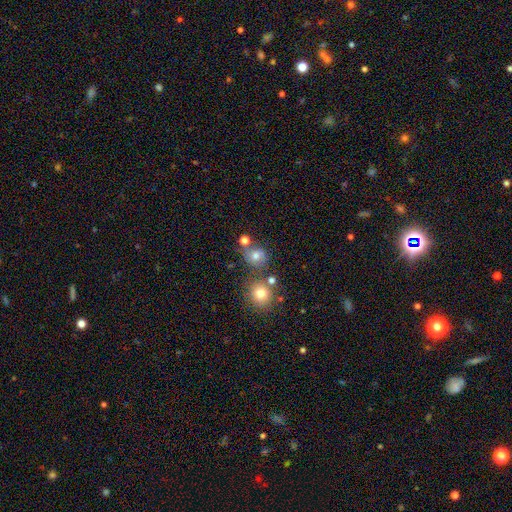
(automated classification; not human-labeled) This appears to be a smooth galaxy with no disk features (70%) that is round (77%). Merging: none (60%).